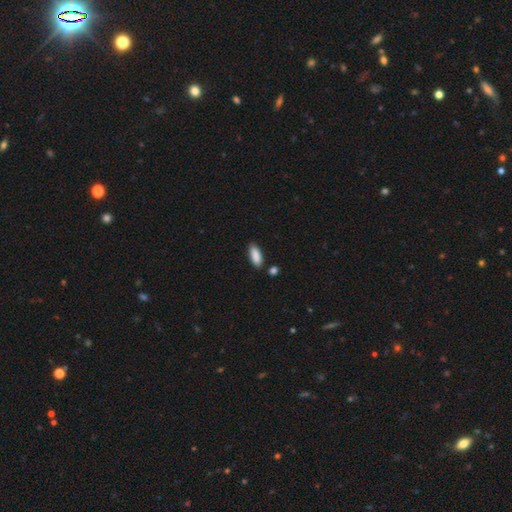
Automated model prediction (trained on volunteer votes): Overall: smooth (89%). How rounded: in between (73%). Merging: none (82%).